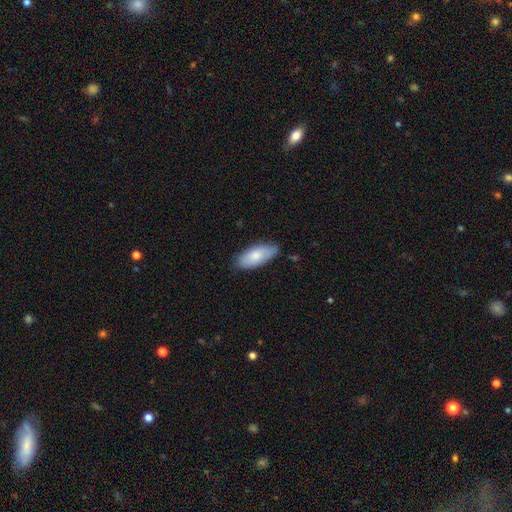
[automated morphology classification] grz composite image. It shows a smooth galaxy with no disk features (80%) that is in between round and cigar-shaped (86%). Merging: none (76%).